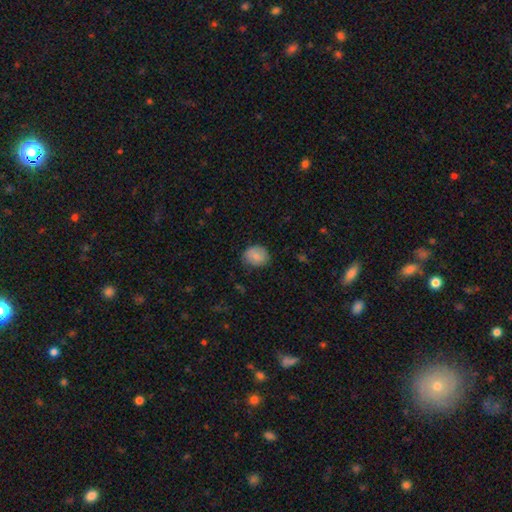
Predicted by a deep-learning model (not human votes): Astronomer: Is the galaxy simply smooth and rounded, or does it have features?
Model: smooth — 81%.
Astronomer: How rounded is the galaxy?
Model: round — 60% (runner-up: in between, 39%).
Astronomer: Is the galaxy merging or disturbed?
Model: none — 78%.